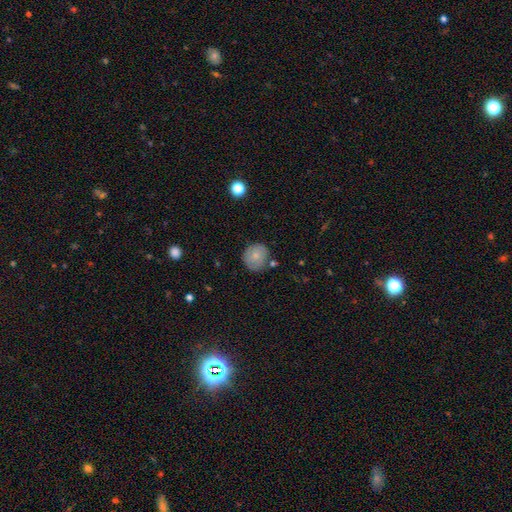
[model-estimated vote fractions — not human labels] Q: Smooth or featured?
A: smooth (73%); runner-up: featured or disk (19%)
Q: How rounded?
A: round (88%); runner-up: in between (11%)
Q: Merging?
A: none (76%); runner-up: minor disturbance (16%)